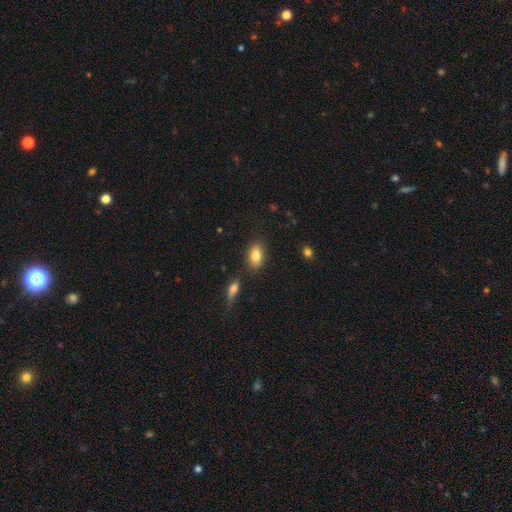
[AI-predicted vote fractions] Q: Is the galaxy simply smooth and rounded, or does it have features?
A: smooth — 83%.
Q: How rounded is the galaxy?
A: in between — 87%.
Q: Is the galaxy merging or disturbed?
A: none — 81%.